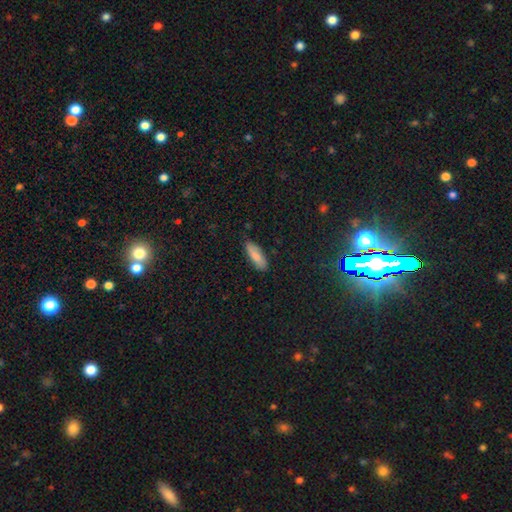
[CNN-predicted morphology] smooth_or_featured: smooth (p=0.84) [alt: featured or disk p=0.10]
how_rounded: in between (p=0.63) [alt: cigar-shaped p=0.35]
merging: none (p=0.83) [alt: minor disturbance p=0.14]